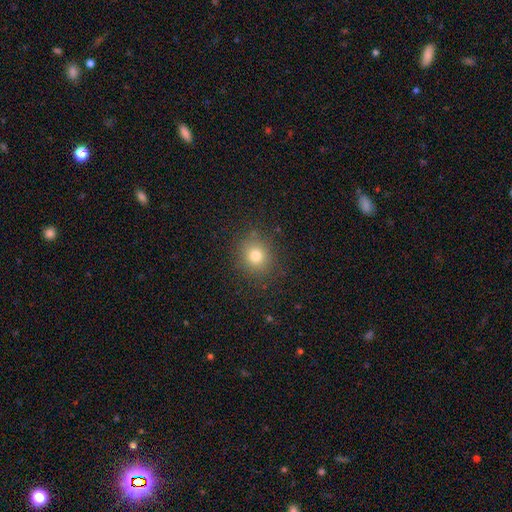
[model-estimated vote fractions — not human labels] Q: Smooth or featured?
A: smooth (77%); runner-up: star or artifact (14%)
Q: How rounded?
A: round (76%); runner-up: in between (24%)
Q: Merging?
A: none (86%); runner-up: minor disturbance (9%)